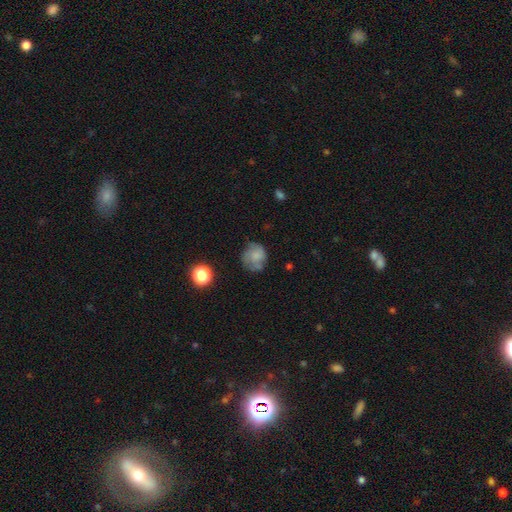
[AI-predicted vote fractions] Morphology: type=smooth (60%); roundness=round (78%); merging=none (56%).